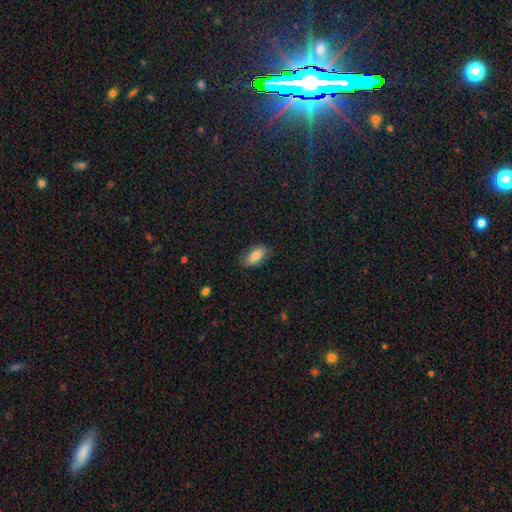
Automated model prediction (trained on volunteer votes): smooth 79%, featured or disk 14%, star or artifact 7%. Down the decision tree: how rounded — in between (89%); merging — none (80%).